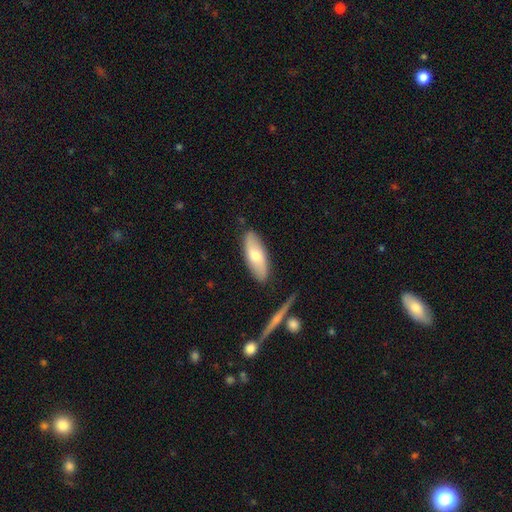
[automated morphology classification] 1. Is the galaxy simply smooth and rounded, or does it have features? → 61% smooth, 34% featured or disk, 6% star or artifact.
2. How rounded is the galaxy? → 72% in between, 26% cigar-shaped, 3% round.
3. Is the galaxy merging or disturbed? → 85% none, 11% minor disturbance, 2% major disturbance, 2% merger.